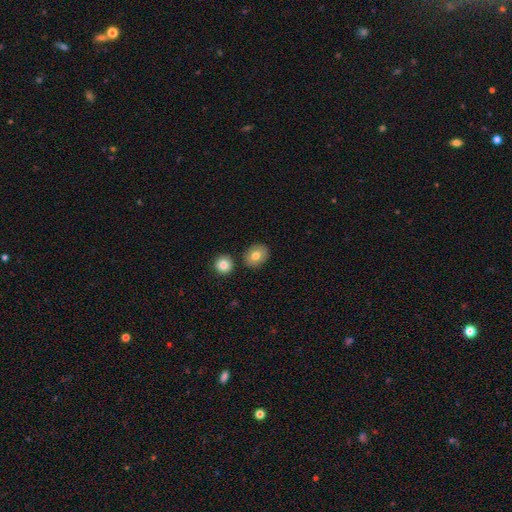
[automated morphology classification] Smooth or featured? Predicted: smooth (p=0.78). How rounded? Predicted: round (p=0.54). Merging? Predicted: none (p=0.81).